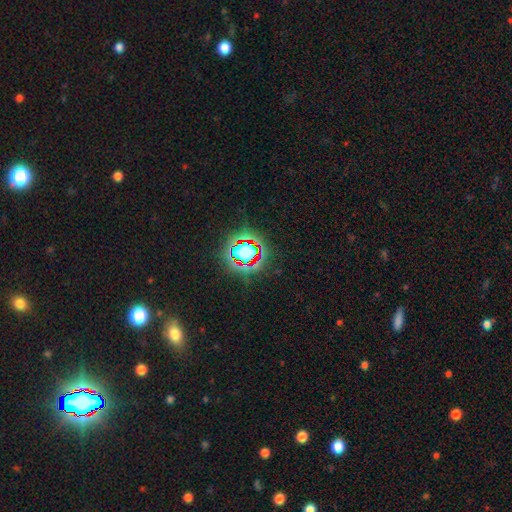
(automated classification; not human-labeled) Q: Smooth or featured?
A: star or artifact (75%); runner-up: smooth (14%)